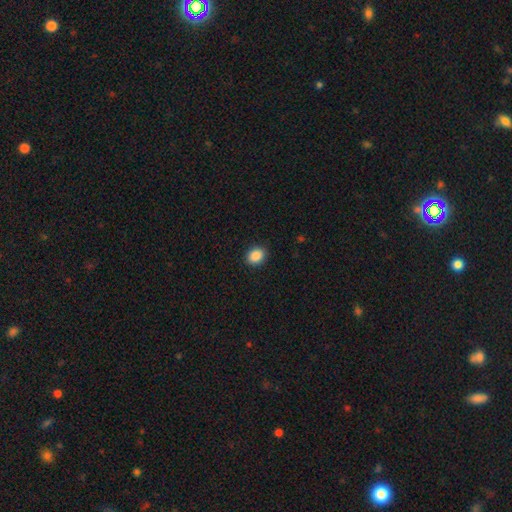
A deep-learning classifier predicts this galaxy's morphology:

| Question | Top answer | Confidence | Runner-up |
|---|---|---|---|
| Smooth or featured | smooth | 87% | star or artifact (9%) |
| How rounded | in between | 50% | round (49%) |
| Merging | none | 90% | minor disturbance (7%) |